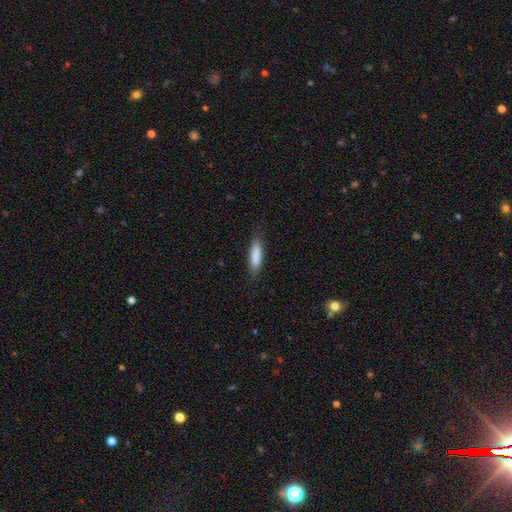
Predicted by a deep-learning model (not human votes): smooth-or-featured: smooth: 85% | featured or disk: 9% | star or artifact: 6%
  how-rounded: cigar-shaped: 71% | in between: 27% | round: 1%
  merging: none: 82% | minor disturbance: 14% | major disturbance: 3% | merger: 1%